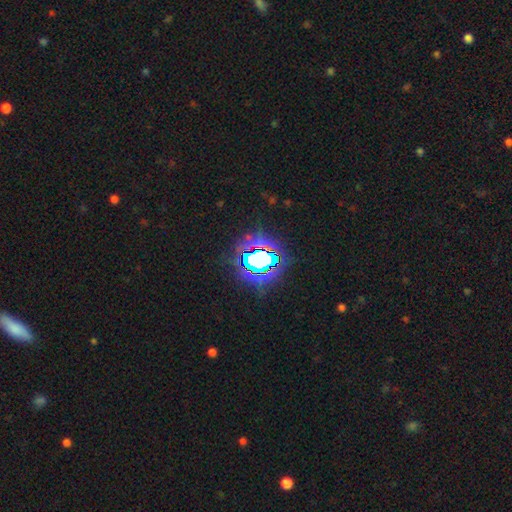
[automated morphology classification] Smooth or featured: star or artifact — 80% (smooth — 12%)